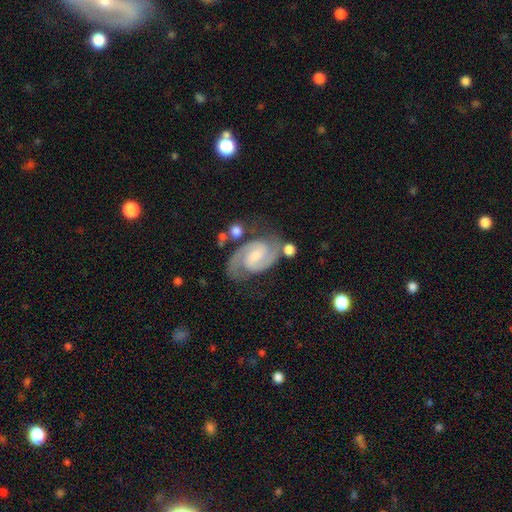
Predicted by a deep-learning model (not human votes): Morphology: type=featured or disk (91%); edge-on=no (98%); bar=weak (51%); spiral arms=yes (98%); winding=medium (54%); arm count=2 (93%); bulge=small (42%); merging=none (72%).